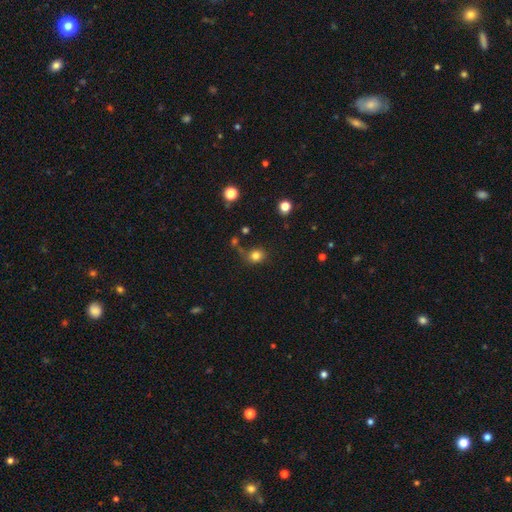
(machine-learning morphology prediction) type=smooth (80%); roundness=round (76%); merging=none (68%).